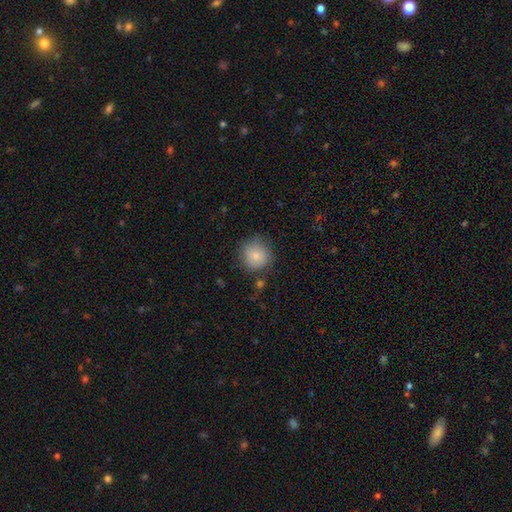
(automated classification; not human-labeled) This appears to be a smooth galaxy with no disk features (83%) that is round (91%). Merging: none (76%).